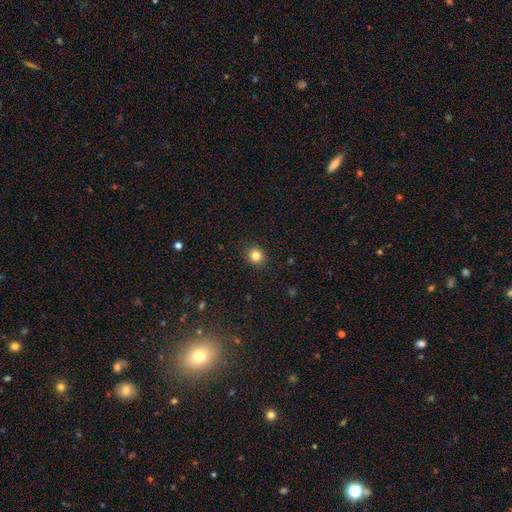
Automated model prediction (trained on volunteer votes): Q: Smooth or featured?
A: smooth (82%); runner-up: star or artifact (13%)
Q: How rounded?
A: round (89%); runner-up: in between (10%)
Q: Merging?
A: none (91%); runner-up: minor disturbance (6%)